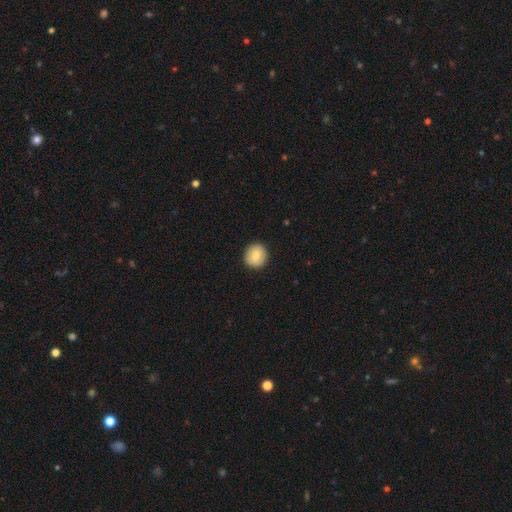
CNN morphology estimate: smooth-or-featured: smooth: 82% | featured or disk: 11% | star or artifact: 7%
  how-rounded: round: 92% | in between: 7% | cigar-shaped: 1%
  merging: none: 92% | minor disturbance: 6% | major disturbance: 2% | merger: 1%